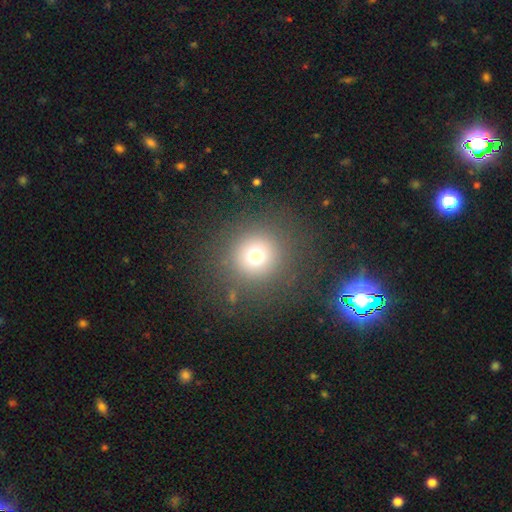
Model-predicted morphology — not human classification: smooth_or_featured: smooth (p=0.71) [alt: star or artifact p=0.19]
how_rounded: round (p=0.94) [alt: in between p=0.05]
merging: none (p=0.86) [alt: minor disturbance p=0.07]